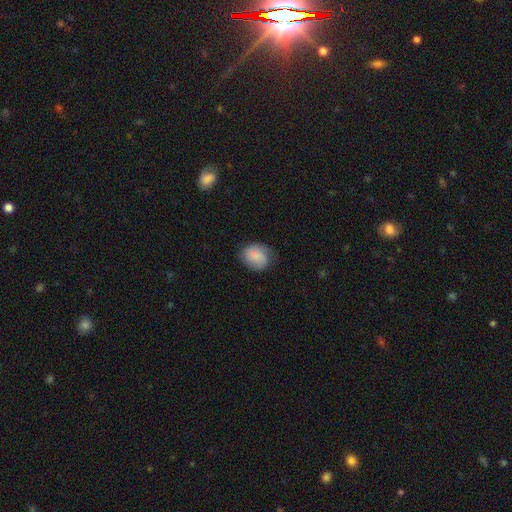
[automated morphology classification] This is likely a smooth galaxy (79%). How rounded: possibly round (50%). Merging: likely none (70%).